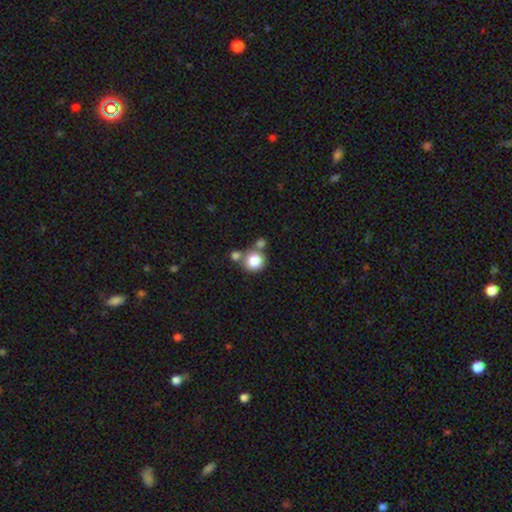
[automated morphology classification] Smooth or featured? Predicted: smooth (p=0.81). How rounded? Predicted: round (p=0.87). Merging? Predicted: none (p=0.58).